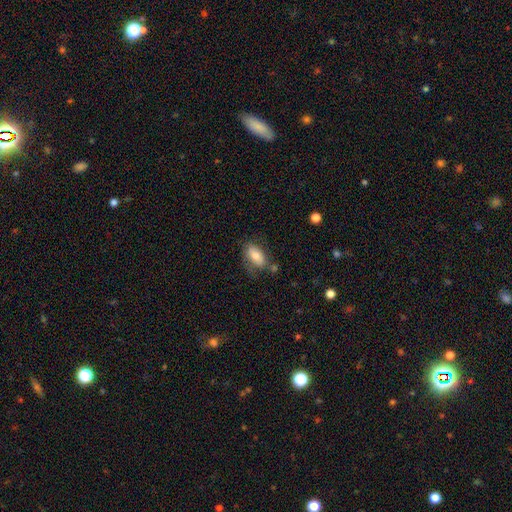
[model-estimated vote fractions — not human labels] smooth 76%, featured or disk 17%, star or artifact 8%. Down the decision tree: how rounded — in between (89%); merging — none (64%).